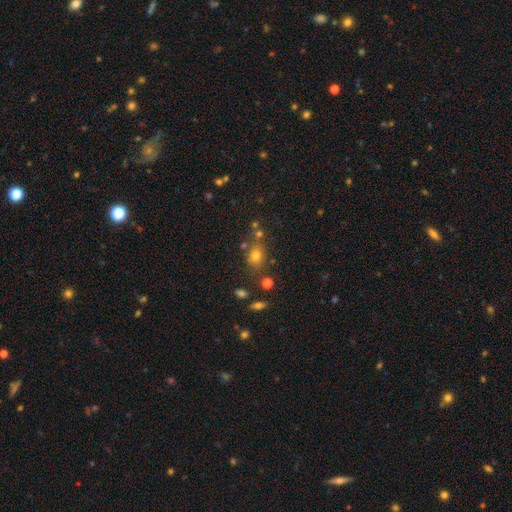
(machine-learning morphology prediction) The model was most divided on "how rounded": round: 50%, in between: 48%, cigar-shaped: 2%. More confident: merging — none (69%); smooth or featured — smooth (68%).